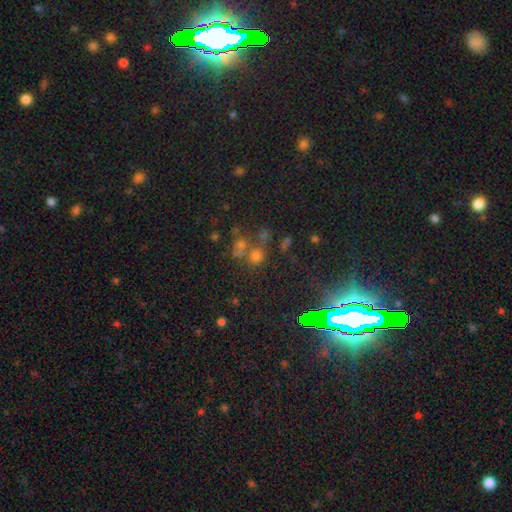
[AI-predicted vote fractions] A smooth galaxy with no disk features (53%) that is round (76%). Merging: none (50%).